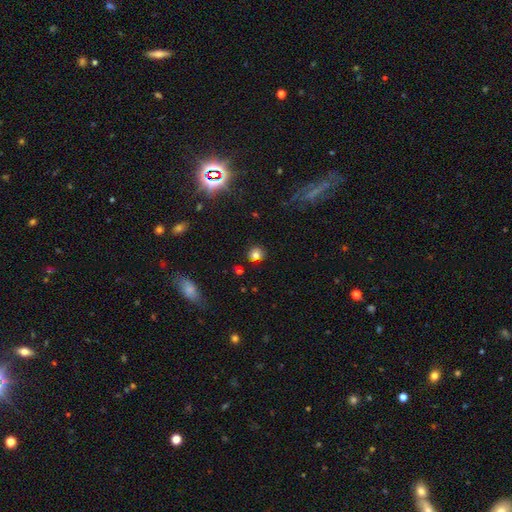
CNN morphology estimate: Smooth or featured?
  - smooth: 77% *
  - star or artifact: 16%
  - featured or disk: 7%
How rounded?
  - round: 85% *
  - in between: 14%
  - cigar-shaped: 1%
Merging?
  - none: 85% *
  - minor disturbance: 10%
  - merger: 3%
  - major disturbance: 3%